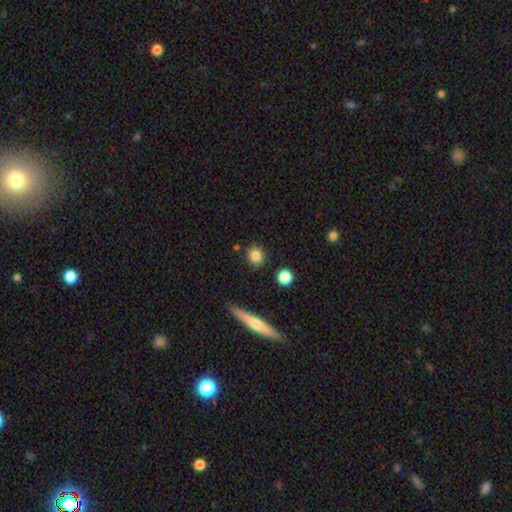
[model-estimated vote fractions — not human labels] Overall: smooth (84%). How rounded: round (83%). Merging: none (85%).